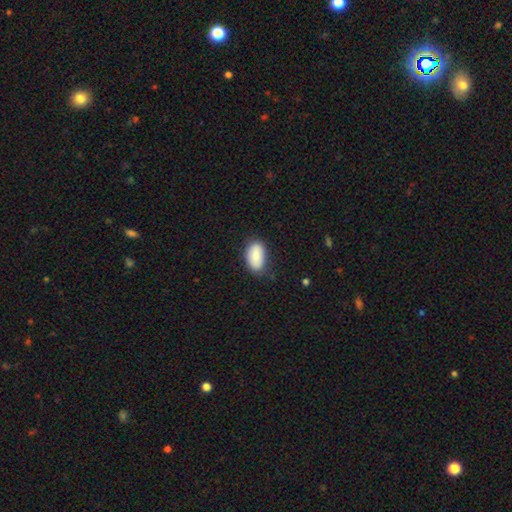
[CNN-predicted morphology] This appears to be a smooth galaxy with no disk features (86%) that is in between round and cigar-shaped (93%). Merging: none (71%).